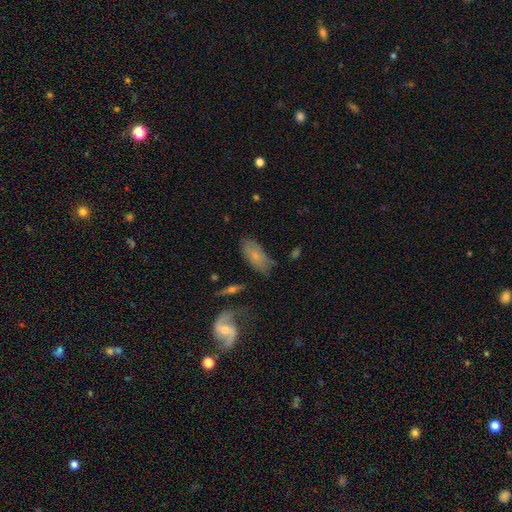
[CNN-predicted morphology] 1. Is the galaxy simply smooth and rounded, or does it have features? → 57% smooth, 34% featured or disk, 9% star or artifact.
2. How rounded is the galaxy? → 89% in between, 8% cigar-shaped, 4% round.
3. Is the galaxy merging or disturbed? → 57% none, 24% minor disturbance, 11% major disturbance, 7% merger.